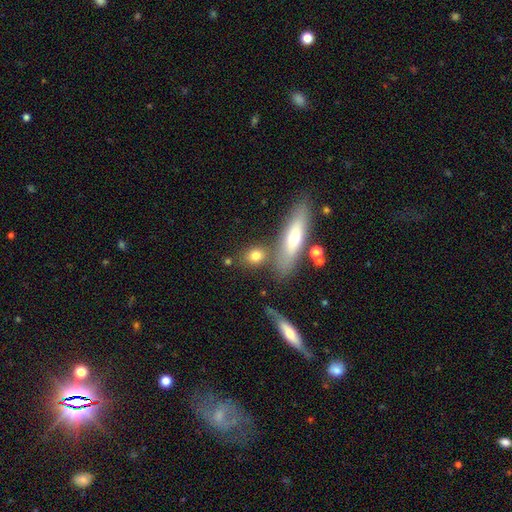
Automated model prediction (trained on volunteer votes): smooth 75%, featured or disk 16%, star or artifact 9%. Down the decision tree: how rounded — in between (44%, tied with round); merging — none (67%).